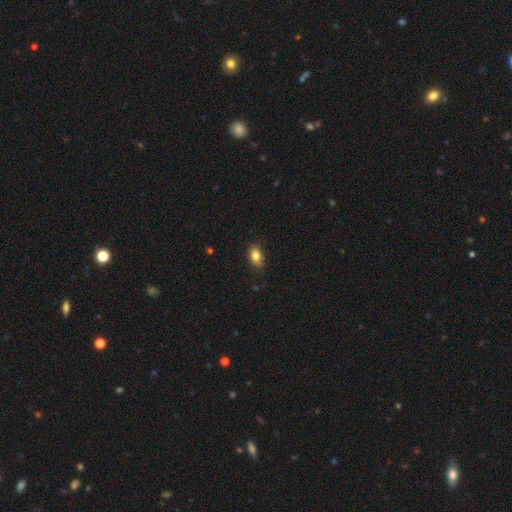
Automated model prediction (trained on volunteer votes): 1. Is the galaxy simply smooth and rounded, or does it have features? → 84% smooth, 9% star or artifact, 8% featured or disk.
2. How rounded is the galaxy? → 86% in between, 12% round, 2% cigar-shaped.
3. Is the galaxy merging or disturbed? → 84% none, 13% minor disturbance, 2% major disturbance, 1% merger.